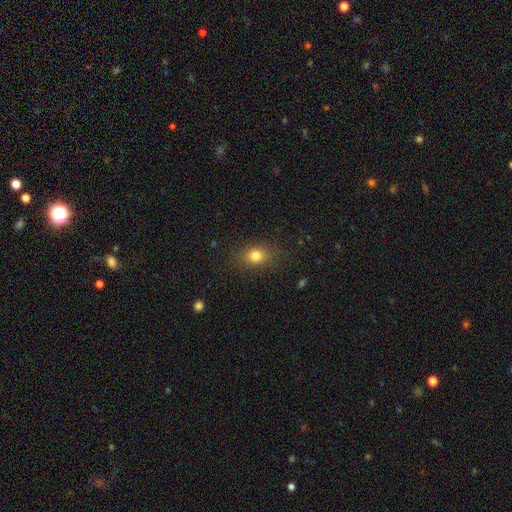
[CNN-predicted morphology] Smooth or featured?
  - smooth: 80% *
  - star or artifact: 12%
  - featured or disk: 8%
How rounded?
  - in between: 55% *
  - round: 43%
  - cigar-shaped: 2%
Merging?
  - none: 83% *
  - minor disturbance: 12%
  - major disturbance: 4%
  - merger: 1%